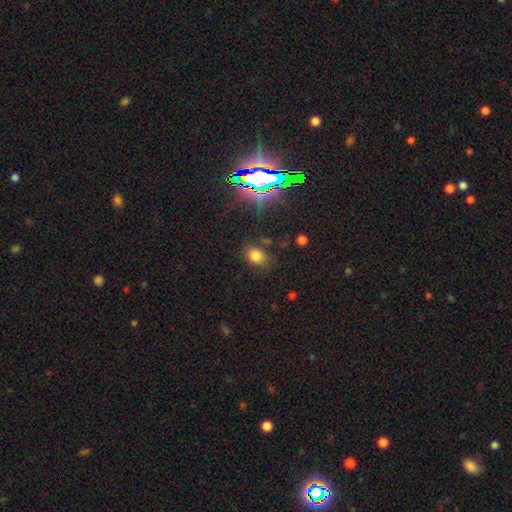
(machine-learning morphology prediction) smooth 73%, star or artifact 20%, featured or disk 7%. Down the decision tree: how rounded — in between (54%); merging — none (74%).